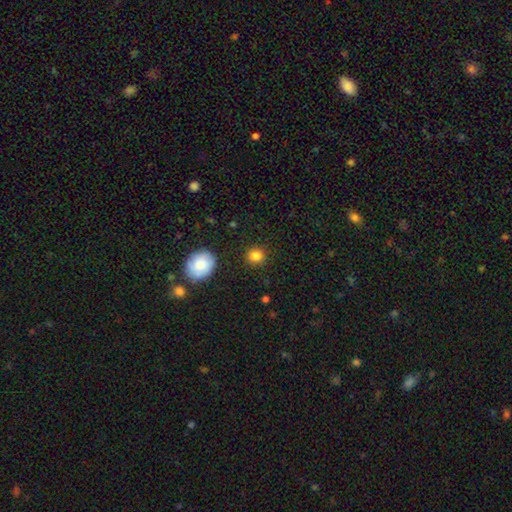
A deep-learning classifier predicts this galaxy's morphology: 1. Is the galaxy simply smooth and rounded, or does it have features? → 85% smooth, 10% star or artifact, 5% featured or disk.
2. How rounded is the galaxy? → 89% round, 10% in between, 1% cigar-shaped.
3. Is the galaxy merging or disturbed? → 89% none, 7% minor disturbance, 2% major disturbance, 2% merger.